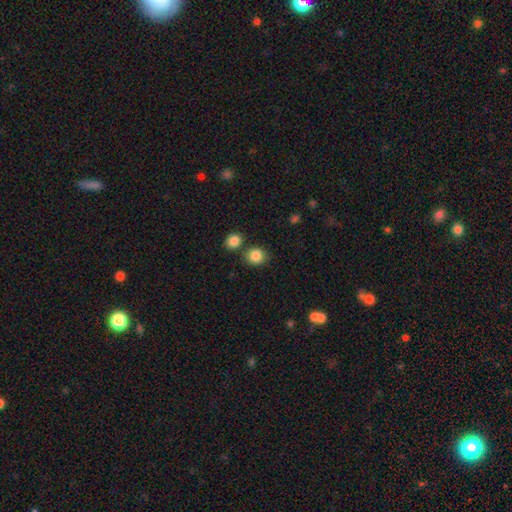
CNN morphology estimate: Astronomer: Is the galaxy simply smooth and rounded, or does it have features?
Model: smooth — 86%.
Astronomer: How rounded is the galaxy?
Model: round — 82%.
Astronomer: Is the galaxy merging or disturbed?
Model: none — 73%.